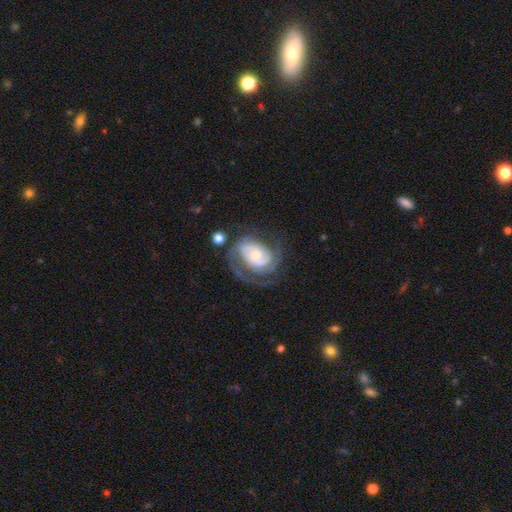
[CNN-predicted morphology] type=featured or disk (85%); edge-on=no (98%); bar=no (60%); spiral arms=yes (95%); winding=tight (53%); arm count=2 (50%); bulge=small (58%); merging=none (57%).